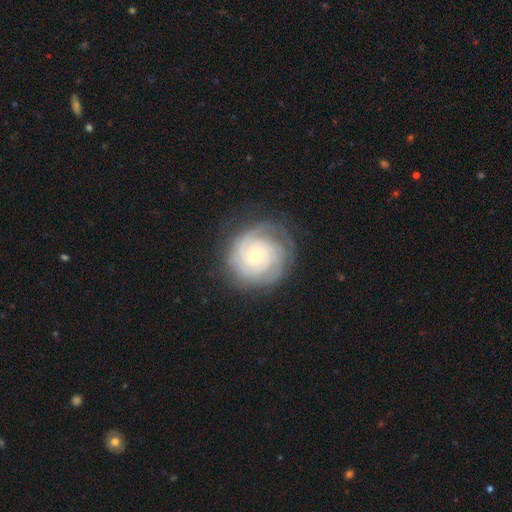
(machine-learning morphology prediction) Smooth or featured? featured or disk (81%)
Edge-on disk? no (98%)
Bar? no (81%)
Spiral arms? yes (96%)
Spiral winding? tight (81%)
Spiral arm count? can't tell (33%)
Bulge size? small (66%)
Merging? none (78%)